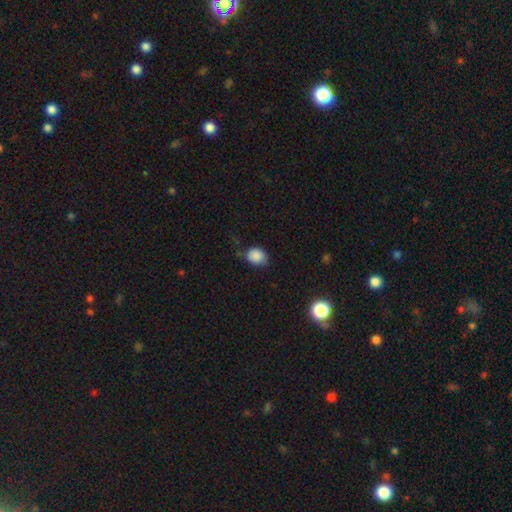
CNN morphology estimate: This is clearly a smooth galaxy (86%). How rounded: possibly round (51%). Merging: likely none (62%).